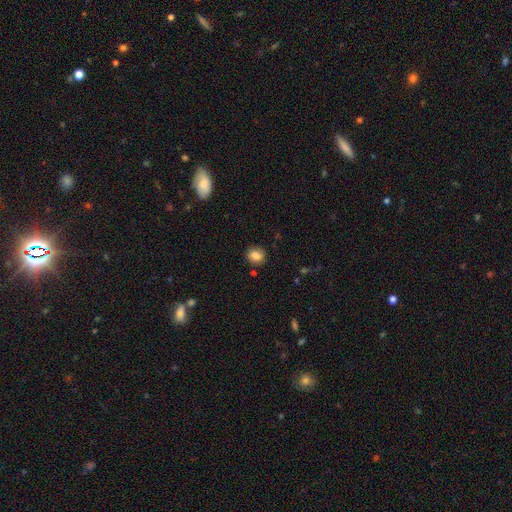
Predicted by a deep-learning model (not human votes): smooth_or_featured: smooth (p=0.83) [alt: star or artifact p=0.10]
how_rounded: round (p=0.75) [alt: in between p=0.24]
merging: none (p=0.87) [alt: minor disturbance p=0.09]